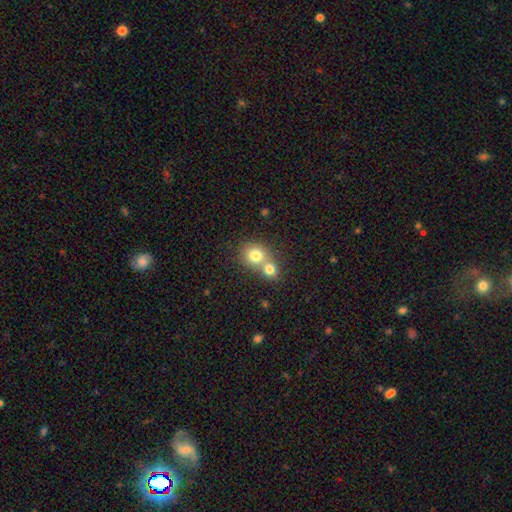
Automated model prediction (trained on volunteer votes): Smooth or featured?
  - smooth: 77% *
  - featured or disk: 12%
  - star or artifact: 11%
How rounded?
  - round: 76% *
  - in between: 23%
  - cigar-shaped: 1%
Merging?
  - merger: 59% *
  - none: 33%
  - minor disturbance: 6%
  - major disturbance: 2%